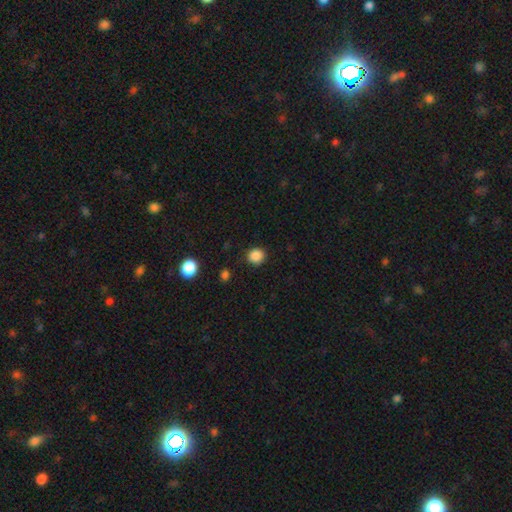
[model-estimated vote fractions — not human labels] Smooth or featured: smooth — 87% (star or artifact — 11%)
How rounded: round — 90% (in between — 9%)
Merging: none — 87% (minor disturbance — 9%)